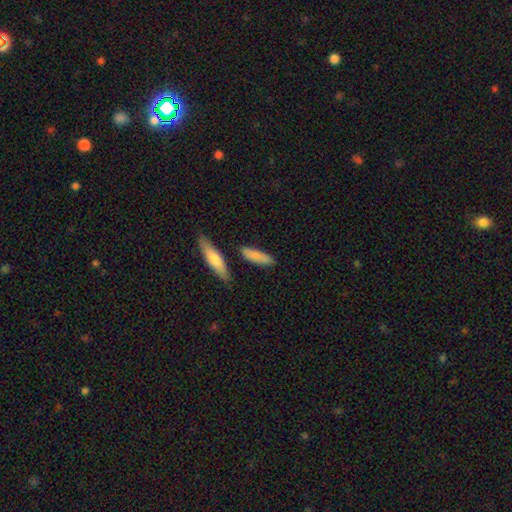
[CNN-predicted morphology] Smooth or featured: smooth — 80% (featured or disk — 14%)
How rounded: cigar-shaped — 60% (in between — 38%)
Merging: none — 78% (minor disturbance — 13%)